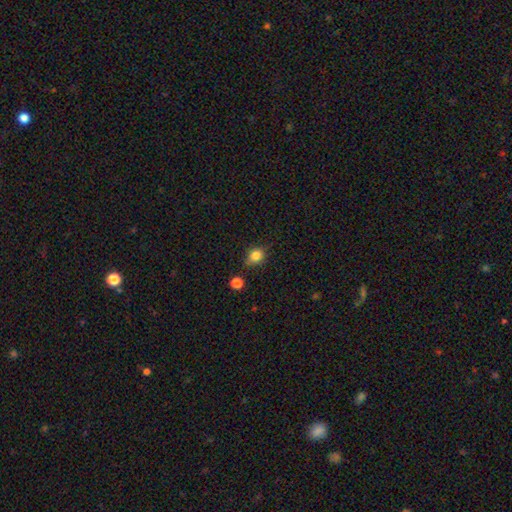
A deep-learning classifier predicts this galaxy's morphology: A smooth galaxy with no disk features (82%) that is round (63%). Merging: none (75%).